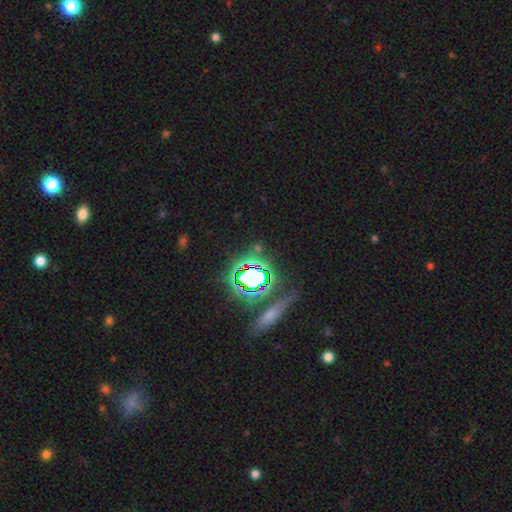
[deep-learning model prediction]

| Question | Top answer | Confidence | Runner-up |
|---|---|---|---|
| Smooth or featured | star or artifact | 74% | smooth (15%) |